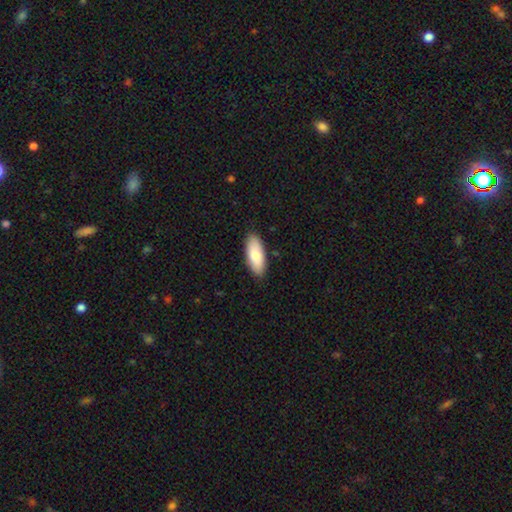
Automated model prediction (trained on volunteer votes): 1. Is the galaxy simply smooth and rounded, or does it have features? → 83% smooth, 12% featured or disk, 5% star or artifact.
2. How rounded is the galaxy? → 82% in between, 16% cigar-shaped, 2% round.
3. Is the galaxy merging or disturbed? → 88% none, 9% minor disturbance, 2% major disturbance, 1% merger.